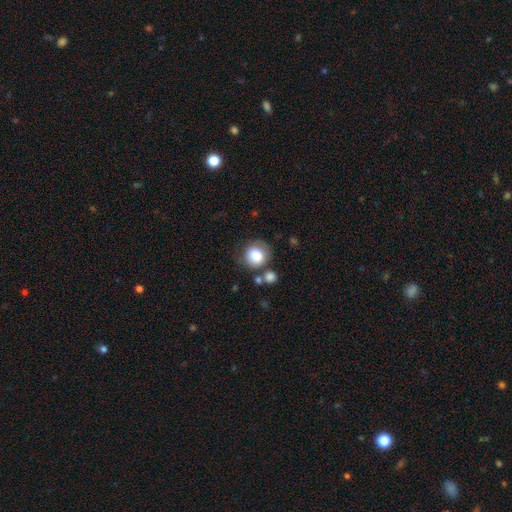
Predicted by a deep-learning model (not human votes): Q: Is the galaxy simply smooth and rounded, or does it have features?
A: smooth — 82%.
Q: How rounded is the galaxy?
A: round — 79%.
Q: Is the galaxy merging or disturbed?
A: none — 62%.